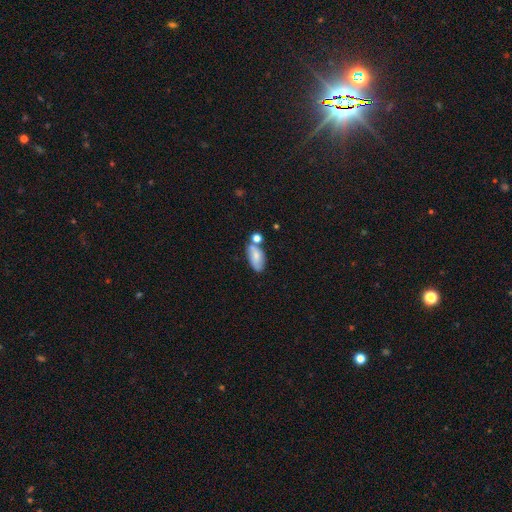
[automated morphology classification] Smooth or featured? Predicted: smooth (p=0.64). How rounded? Predicted: in between (p=0.87). Merging? Predicted: none (p=0.48).